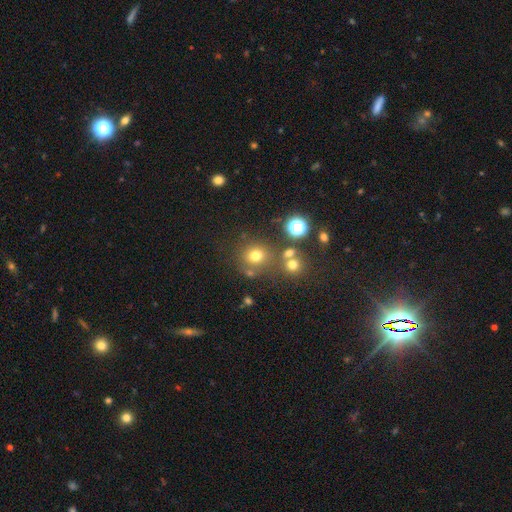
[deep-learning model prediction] Overall: smooth (68%). How rounded: round (83%). Merging: none (71%).